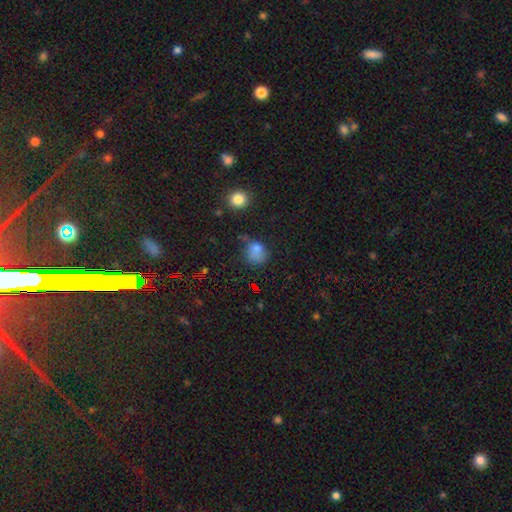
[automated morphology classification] type=smooth (62%); roundness=round (71%); merging=none (62%).